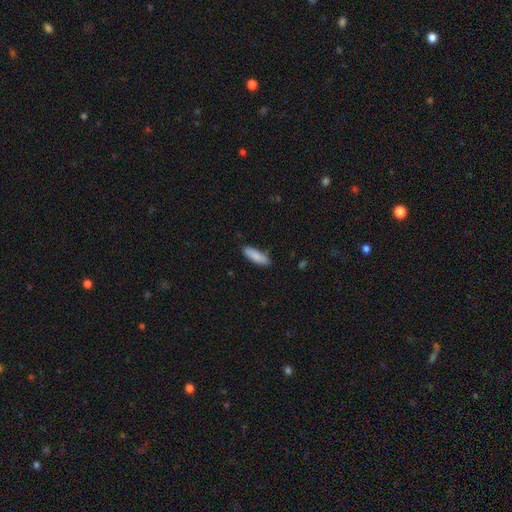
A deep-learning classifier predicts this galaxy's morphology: This is clearly a smooth galaxy (87%). How rounded: possibly cigar-shaped (52%). Merging: clearly none (84%).